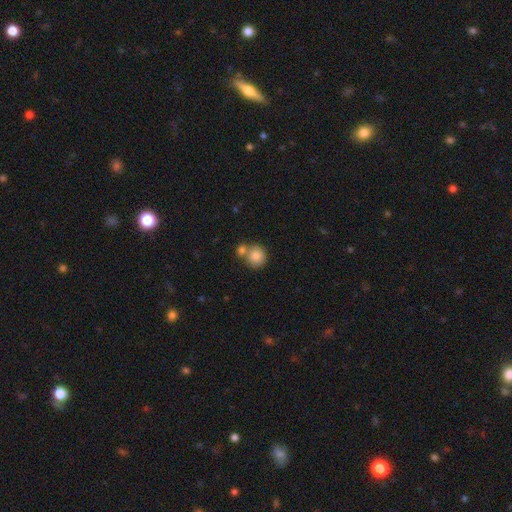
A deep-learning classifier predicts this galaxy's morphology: smooth_or_featured: smooth (p=0.85) [alt: star or artifact p=0.08]
how_rounded: round (p=0.88) [alt: in between p=0.11]
merging: none (p=0.52) [alt: merger p=0.35]